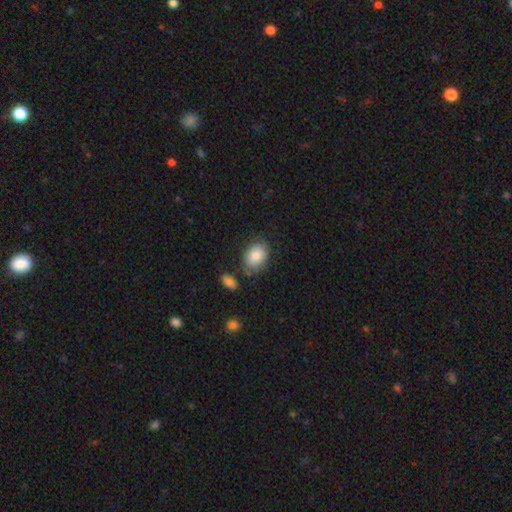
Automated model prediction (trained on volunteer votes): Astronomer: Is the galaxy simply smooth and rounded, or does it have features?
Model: smooth — 85%.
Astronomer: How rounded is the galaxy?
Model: in between — 76%.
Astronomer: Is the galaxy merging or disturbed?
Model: none — 71%.